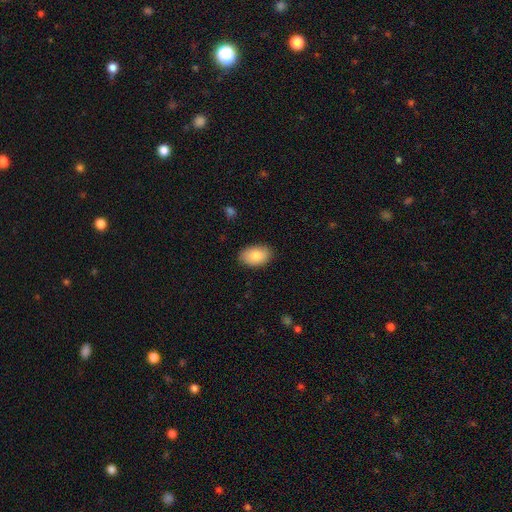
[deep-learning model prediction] This appears to be a smooth galaxy with no disk features (83%) that is in between round and cigar-shaped (90%). Merging: none (87%).